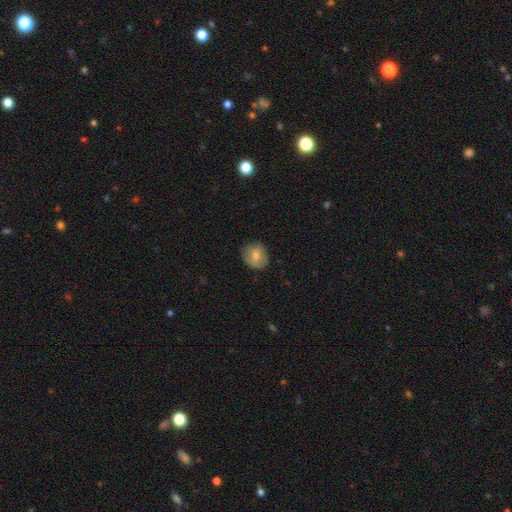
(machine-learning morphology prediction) Overall: smooth (76%). How rounded: round (77%). Merging: none (80%).